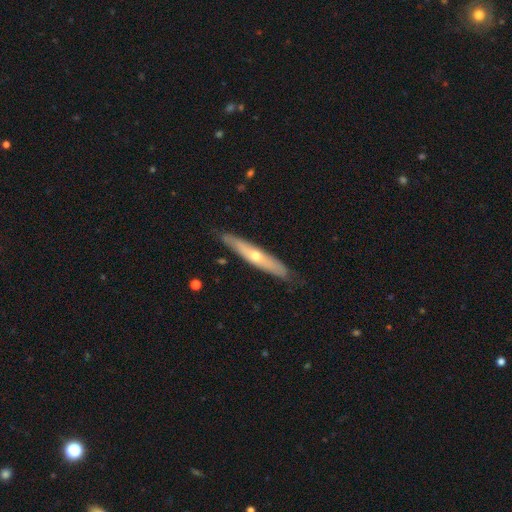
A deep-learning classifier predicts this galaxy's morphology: Smooth or featured: featured or disk — 58% (smooth — 36%)
Edge-on disk: yes — 78% (no — 22%)
Merging: none — 84% (minor disturbance — 13%)